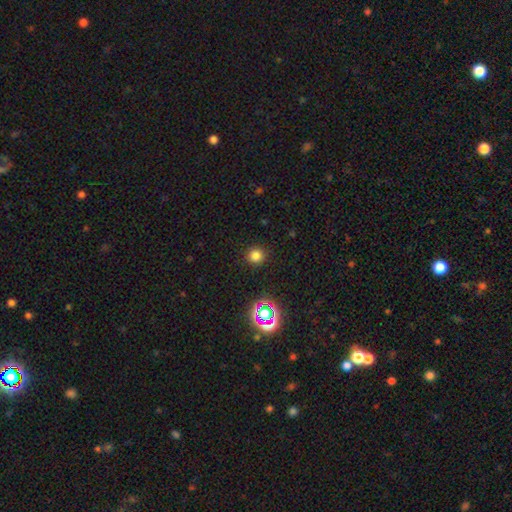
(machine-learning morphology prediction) Overall: smooth (78%). How rounded: round (92%). Merging: none (90%).